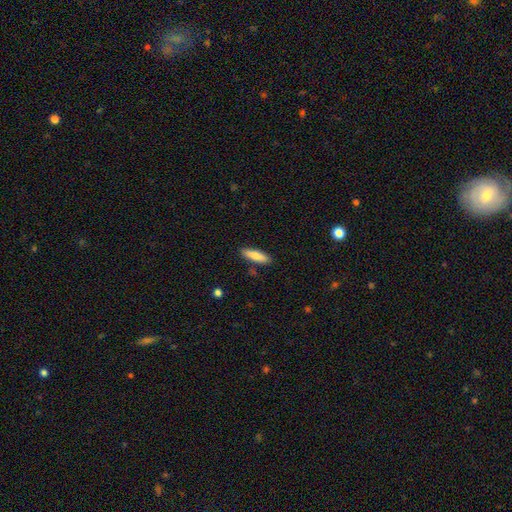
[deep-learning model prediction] Smooth or featured? smooth (77%)
How rounded? cigar-shaped (56%)
Merging? none (87%)